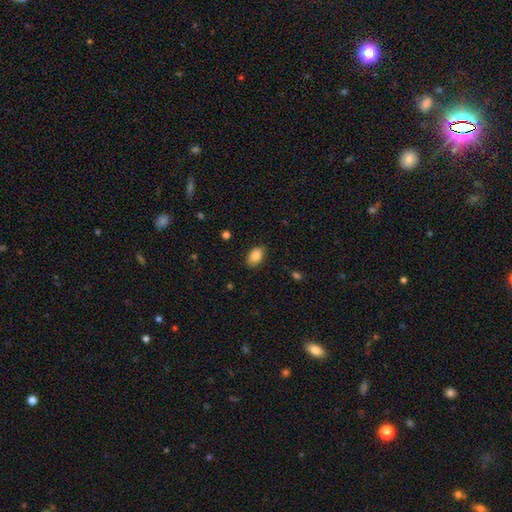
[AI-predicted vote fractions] Q: Smooth or featured?
A: smooth (85%); runner-up: star or artifact (8%)
Q: How rounded?
A: in between (89%); runner-up: round (9%)
Q: Merging?
A: none (85%); runner-up: minor disturbance (12%)